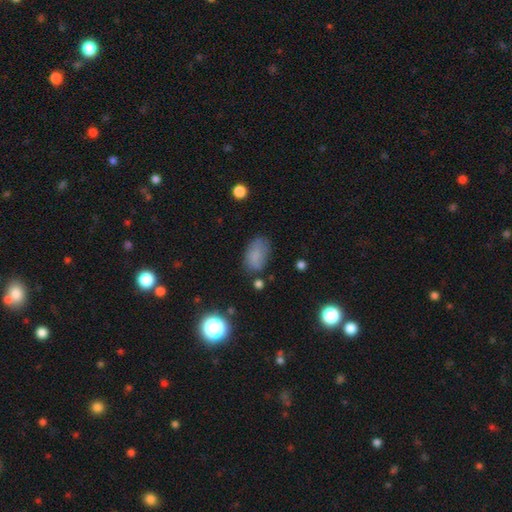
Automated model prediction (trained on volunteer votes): Morphology: type=smooth (78%); roundness=in between (90%); merging=none (68%).